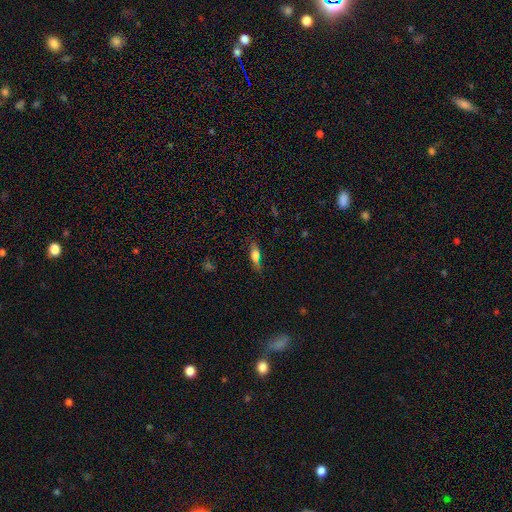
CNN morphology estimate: This is likely a smooth galaxy (65%). How rounded: possibly in between (59%). Merging: likely none (65%).